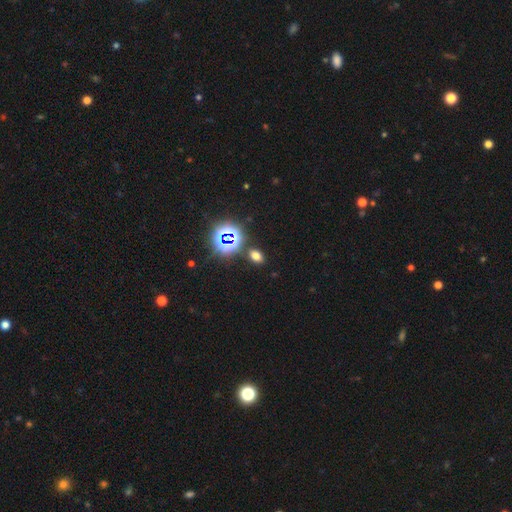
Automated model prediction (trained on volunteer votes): Smooth or featured?
  - smooth: 63% *
  - star or artifact: 30%
  - featured or disk: 7%
How rounded?
  - in between: 77% *
  - round: 21%
  - cigar-shaped: 2%
Merging?
  - none: 84% *
  - minor disturbance: 9%
  - merger: 5%
  - major disturbance: 3%